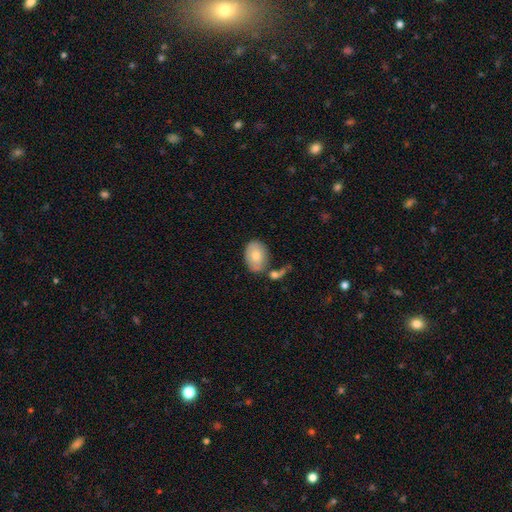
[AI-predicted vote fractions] Morphology: type=smooth (75%); roundness=in between (80%); merging=none (62%).